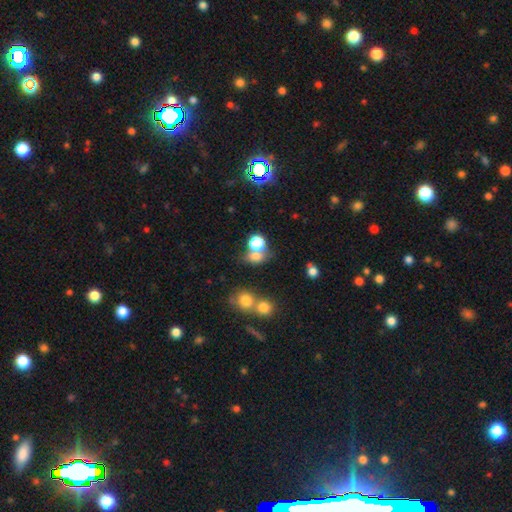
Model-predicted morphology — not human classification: Overall: smooth (69%). How rounded: round (53%; in between 45%). Merging: none (45%; merger 36%).